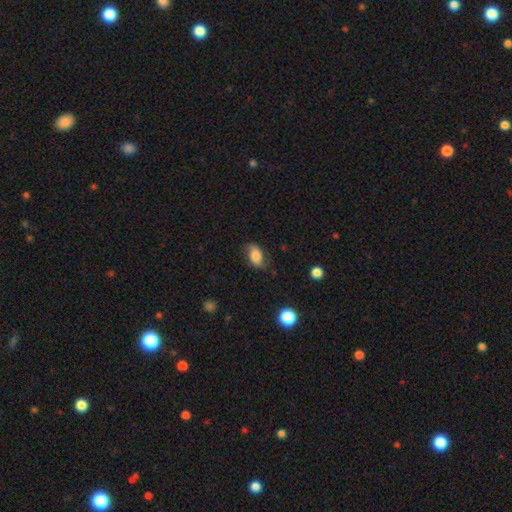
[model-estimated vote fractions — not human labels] This is likely a smooth galaxy (67%). How rounded: clearly in between (86%). Merging: likely none (69%).